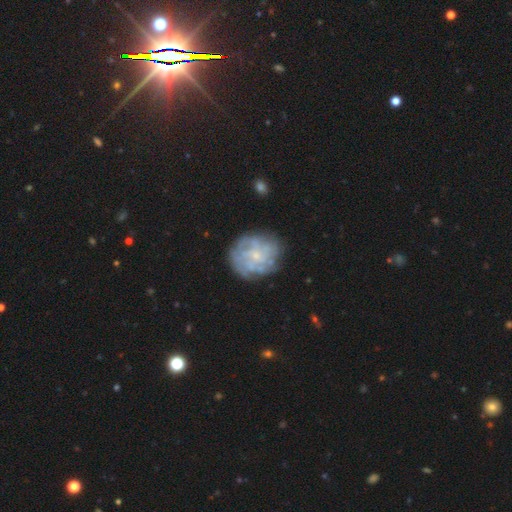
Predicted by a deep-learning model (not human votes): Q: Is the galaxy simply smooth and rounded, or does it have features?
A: featured or disk — 66%.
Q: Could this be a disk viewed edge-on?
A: no — 98%.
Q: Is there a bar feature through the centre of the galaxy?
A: no — 71%.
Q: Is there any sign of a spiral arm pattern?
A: yes — 73%.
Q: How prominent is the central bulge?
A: small — 72%.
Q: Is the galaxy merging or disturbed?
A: none — 75%.